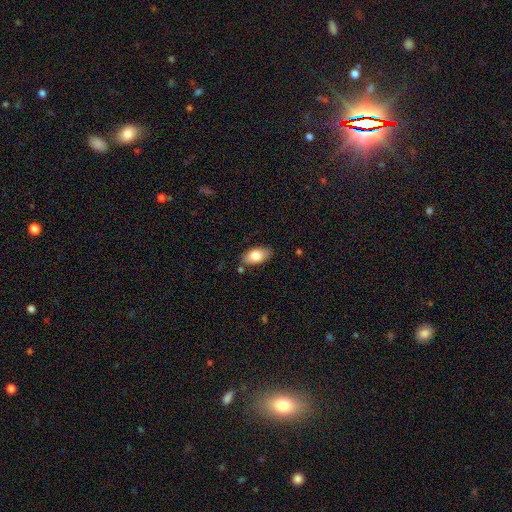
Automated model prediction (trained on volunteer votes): Overall: smooth (79%). How rounded: in between (93%). Merging: none (81%).